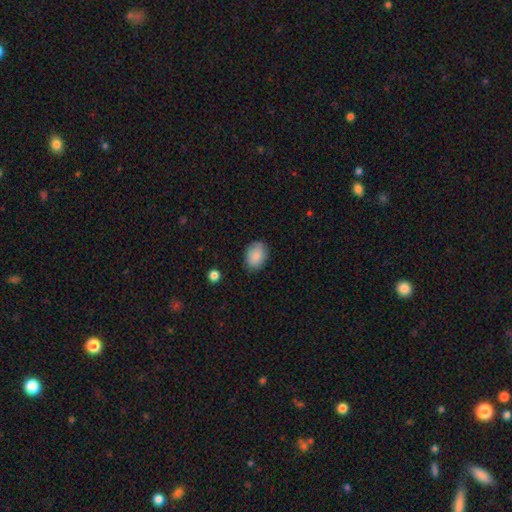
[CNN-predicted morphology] Smooth or featured?
  - smooth: 88% *
  - star or artifact: 7%
  - featured or disk: 6%
How rounded?
  - in between: 74% *
  - round: 25%
  - cigar-shaped: 1%
Merging?
  - none: 82% *
  - minor disturbance: 14%
  - major disturbance: 3%
  - merger: 1%